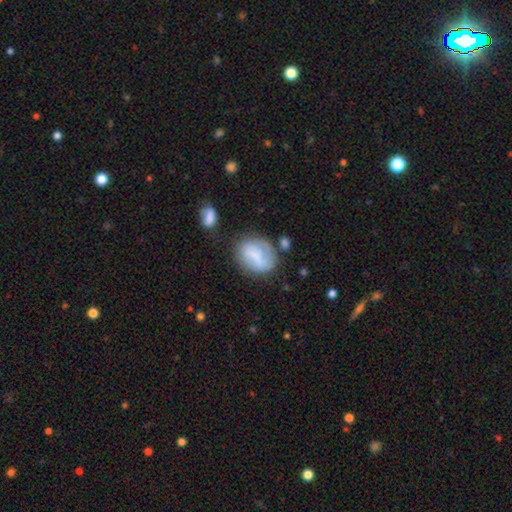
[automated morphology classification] A smooth galaxy with no disk features (54%) that is in between round and cigar-shaped (52%).

Vote fractions:
- Smooth or featured? smooth: 54% / featured or disk: 38% / star or artifact: 8%
- How rounded? in between: 52% / round: 46% / cigar-shaped: 2%
- Merging? none: 56% / minor disturbance: 24% / major disturbance: 12% / merger: 9%